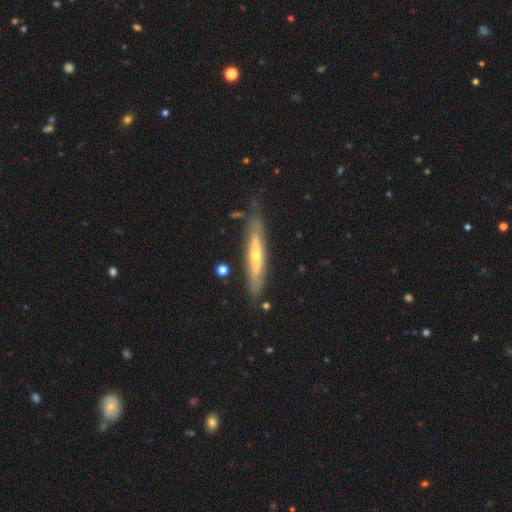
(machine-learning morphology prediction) The model was most divided on "edge-on disk": yes: 68%, no: 32%. More confident: merging — none (72%); smooth or featured — featured or disk (69%).